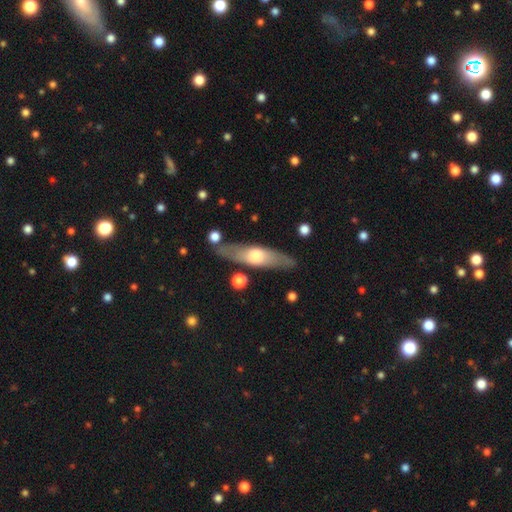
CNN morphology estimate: Overall: featured or disk (51%; smooth 44%). Edge-on disk: yes (76%). Merging: none (81%).